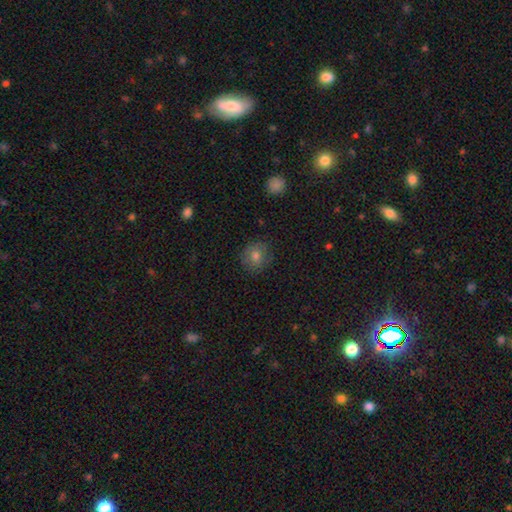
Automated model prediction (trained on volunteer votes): Q: Smooth or featured?
A: smooth (75%); runner-up: star or artifact (14%)
Q: How rounded?
A: round (87%); runner-up: in between (12%)
Q: Merging?
A: none (86%); runner-up: minor disturbance (10%)